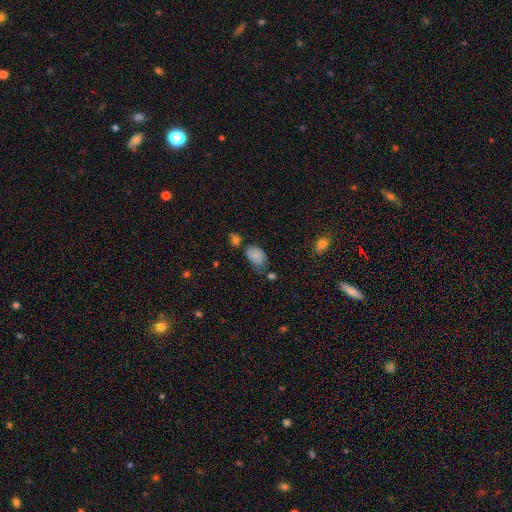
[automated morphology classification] Q: Smooth or featured?
A: smooth (81%); runner-up: star or artifact (11%)
Q: How rounded?
A: in between (84%); runner-up: round (15%)
Q: Merging?
A: none (45%); runner-up: minor disturbance (34%)